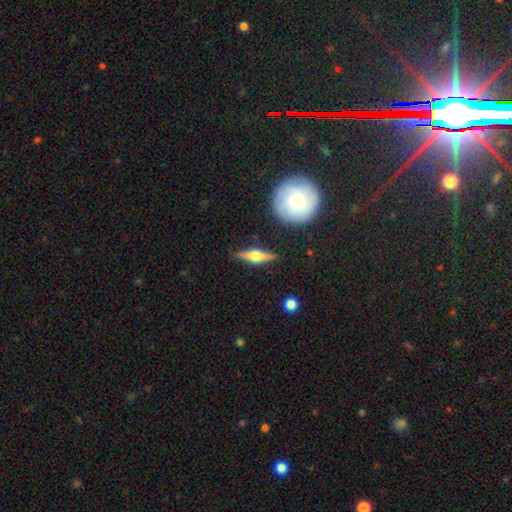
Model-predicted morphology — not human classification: Q: Smooth or featured?
A: featured or disk (68%); runner-up: smooth (27%)
Q: Edge-on disk?
A: yes (96%); runner-up: no (4%)
Q: Edge-on bulge?
A: rounded (92%); runner-up: boxy (6%)
Q: Merging?
A: none (86%); runner-up: minor disturbance (10%)